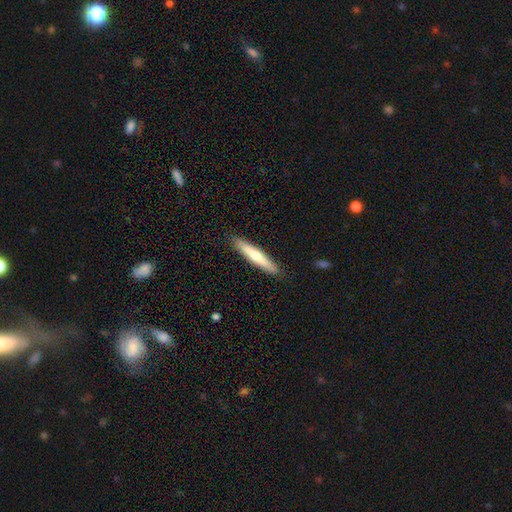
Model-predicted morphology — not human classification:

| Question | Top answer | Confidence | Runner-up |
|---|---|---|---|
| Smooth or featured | smooth | 63% | featured or disk (32%) |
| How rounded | cigar-shaped | 93% | in between (6%) |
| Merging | none | 90% | minor disturbance (7%) |